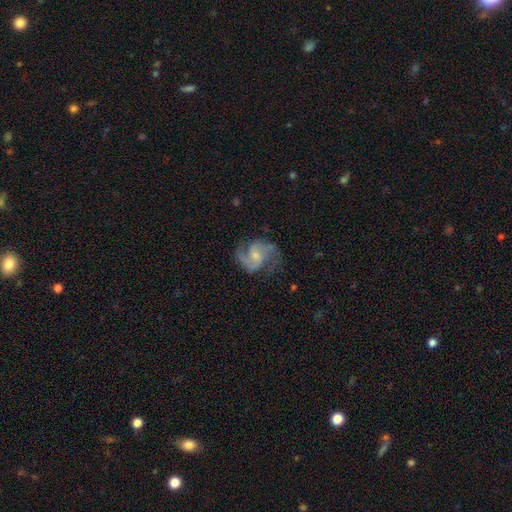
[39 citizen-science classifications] Q: Smooth or featured?
A: featured or disk (82%); runner-up: smooth (10%)
Q: Edge-on disk?
A: no (97%); runner-up: yes (3%)
Q: Bar?
A: no (65%); runner-up: weak (32%)
Q: Spiral arms?
A: yes (97%); runner-up: no (3%)
Q: Spiral winding?
A: medium (57%); runner-up: tight (30%)
Q: Spiral arm count?
A: 2 (63%); runner-up: 3 (20%)
Q: Bulge size?
A: small (68%); runner-up: moderate (26%)
Q: Merging?
A: none (61%); runner-up: minor disturbance (28%)